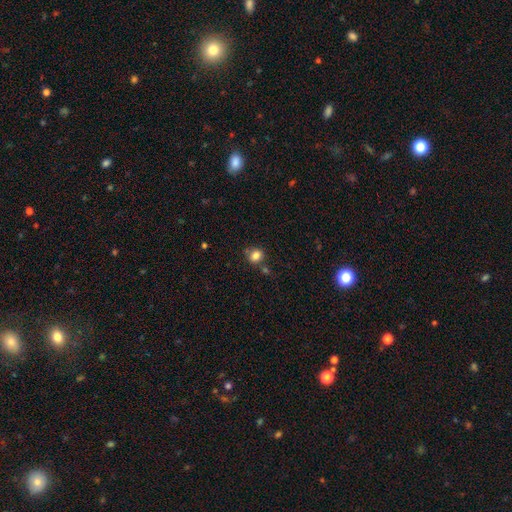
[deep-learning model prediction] Smooth or featured: smooth — 82% (star or artifact — 11%)
How rounded: round — 67% (in between — 32%)
Merging: none — 68% (minor disturbance — 16%)